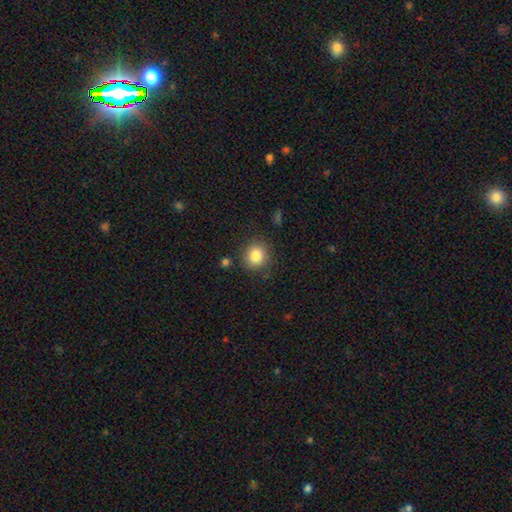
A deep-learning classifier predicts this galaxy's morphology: type=smooth (84%); roundness=round (81%); merging=none (84%).